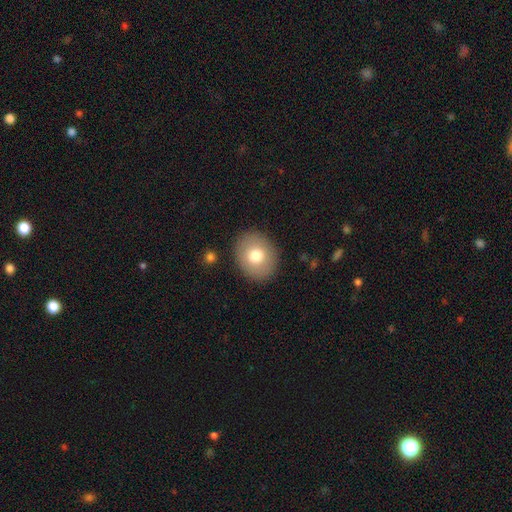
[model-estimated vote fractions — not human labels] Q: Smooth or featured?
A: smooth (75%); runner-up: featured or disk (16%)
Q: How rounded?
A: round (62%); runner-up: in between (37%)
Q: Merging?
A: none (88%); runner-up: minor disturbance (8%)